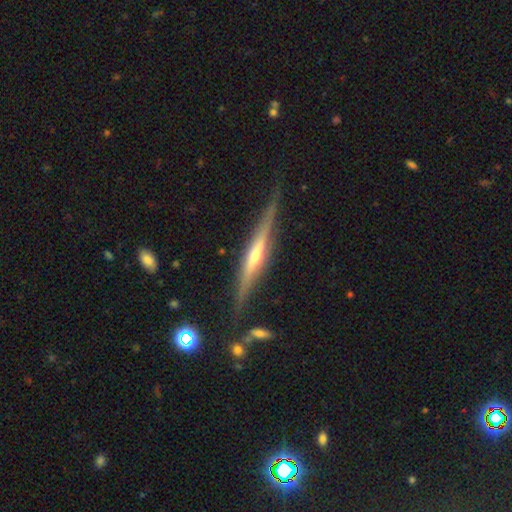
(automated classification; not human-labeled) This appears to be a featured or disk galaxy (79%) viewed edge-on (97%) with a rounded central bulge (71%). Merging: none (83%).